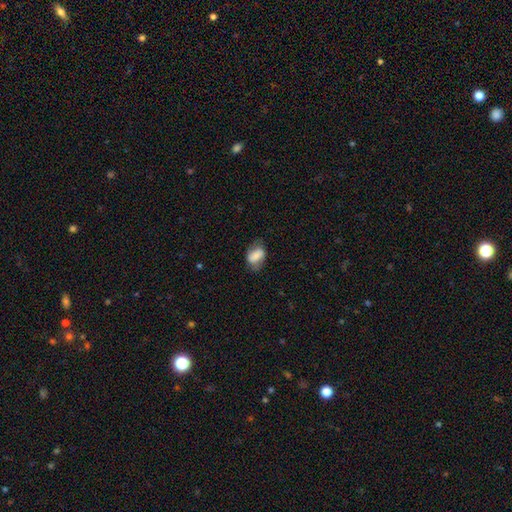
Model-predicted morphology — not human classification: Smooth or featured? smooth (64%)
How rounded? in between (83%)
Merging? none (64%)